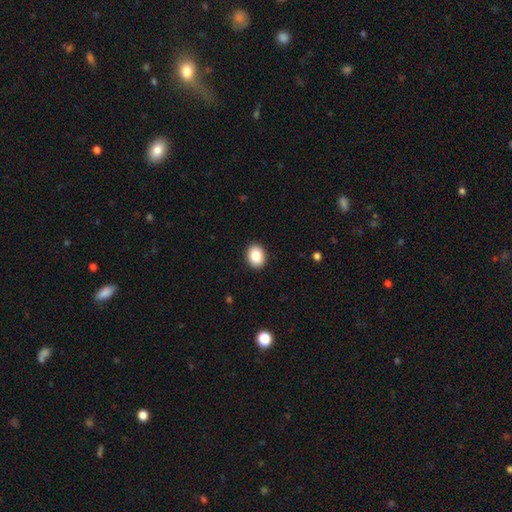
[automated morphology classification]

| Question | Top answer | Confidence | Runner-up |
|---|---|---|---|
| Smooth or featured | smooth | 87% | star or artifact (8%) |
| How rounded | in between | 64% | round (36%) |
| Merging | none | 92% | minor disturbance (6%) |